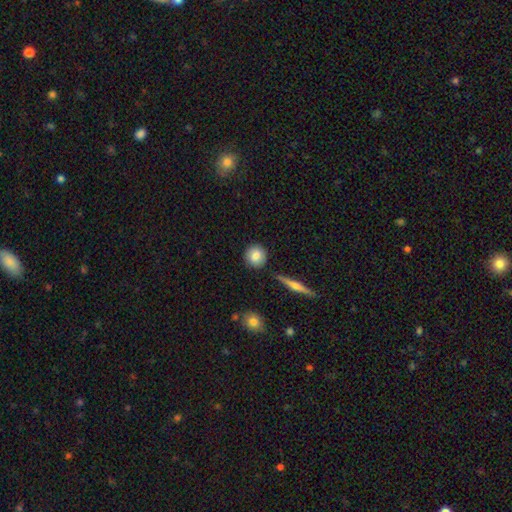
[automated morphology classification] A smooth galaxy with no disk features (81%) that is round (90%).

Vote fractions:
- Smooth or featured? smooth: 81% / featured or disk: 12% / star or artifact: 7%
- How rounded? round: 90% / in between: 8% / cigar-shaped: 2%
- Merging? none: 88% / minor disturbance: 8% / merger: 3% / major disturbance: 2%